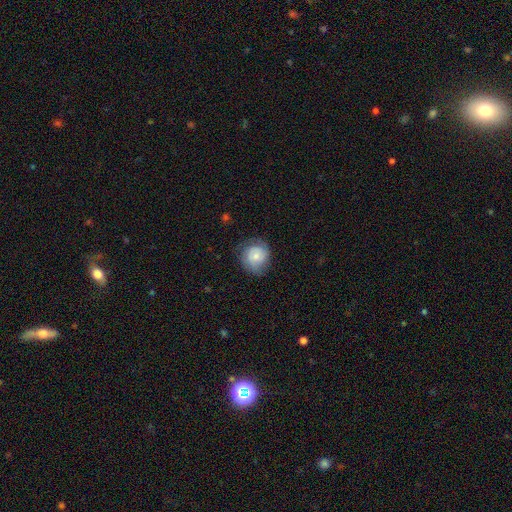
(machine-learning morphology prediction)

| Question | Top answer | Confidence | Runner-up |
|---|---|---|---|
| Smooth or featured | smooth | 56% | featured or disk (37%) |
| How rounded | round | 84% | in between (15%) |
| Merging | none | 68% | minor disturbance (22%) |